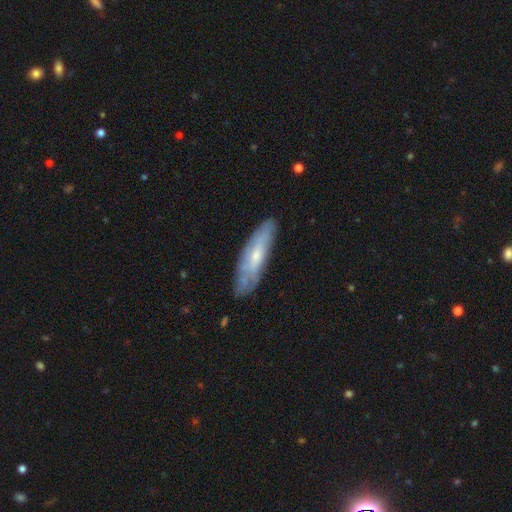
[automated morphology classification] This appears to be a featured or disk galaxy (51%). Merging: none (77%).